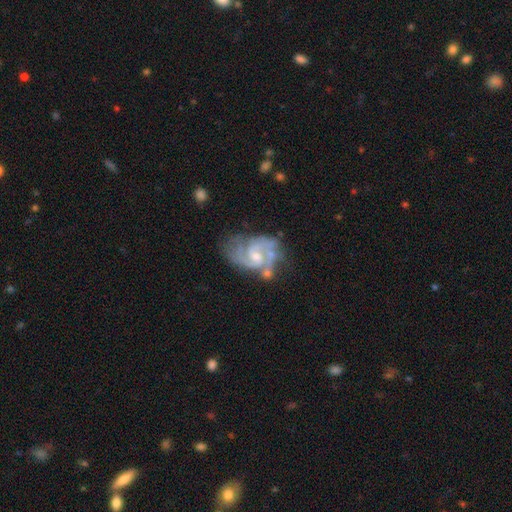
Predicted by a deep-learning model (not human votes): Smooth or featured? Predicted: featured or disk (p=0.89). Edge-on disk? Predicted: no (p=0.98). Bar? Predicted: weak (p=0.47). Spiral arms? Predicted: yes (p=0.96). Spiral winding? Predicted: medium (p=0.50). Spiral arm count? Predicted: 2 (p=0.68). Bulge size? Predicted: moderate (p=0.48). Merging? Predicted: none (p=0.48).